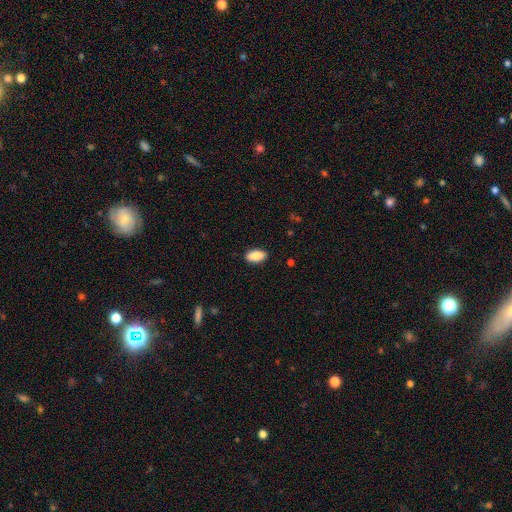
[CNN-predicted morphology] Smooth or featured?
  - smooth: 90% *
  - star or artifact: 7%
  - featured or disk: 4%
How rounded?
  - in between: 93% *
  - cigar-shaped: 4%
  - round: 3%
Merging?
  - none: 88% *
  - minor disturbance: 9%
  - major disturbance: 2%
  - merger: 1%